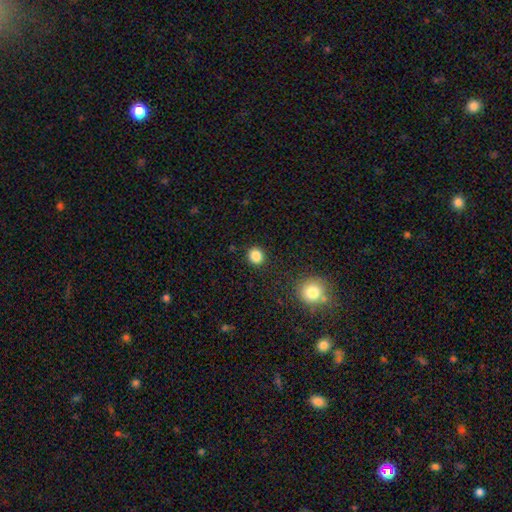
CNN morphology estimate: Smooth or featured? smooth (85%)
How rounded? round (86%)
Merging? none (90%)